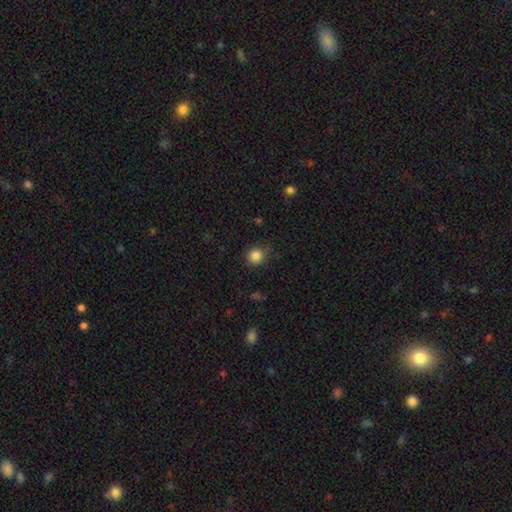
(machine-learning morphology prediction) smooth_or_featured: smooth (p=0.85) [alt: star or artifact p=0.11]
how_rounded: round (p=0.88) [alt: in between p=0.11]
merging: none (p=0.80) [alt: minor disturbance p=0.15]